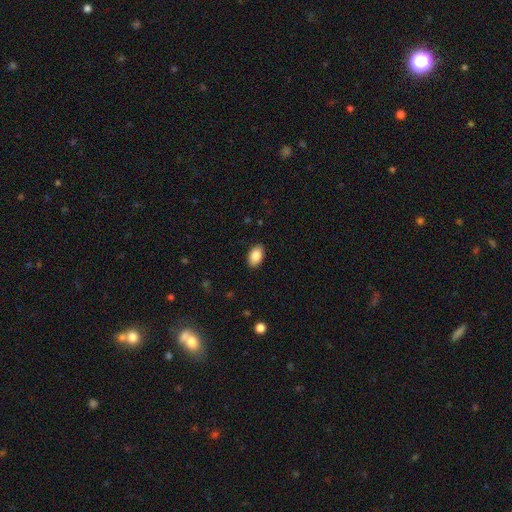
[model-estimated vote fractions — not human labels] The model was most divided on "smooth or featured": smooth: 87%, star or artifact: 7%, featured or disk: 6%. More confident: how rounded — in between (92%); merging — none (89%).